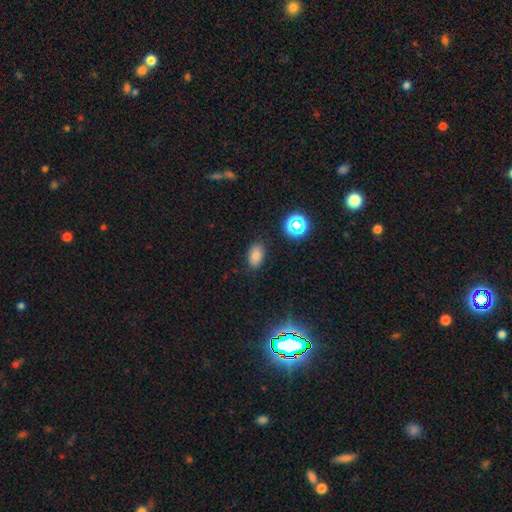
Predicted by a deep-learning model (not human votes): Smooth or featured? smooth (78%)
How rounded? in between (88%)
Merging? none (84%)